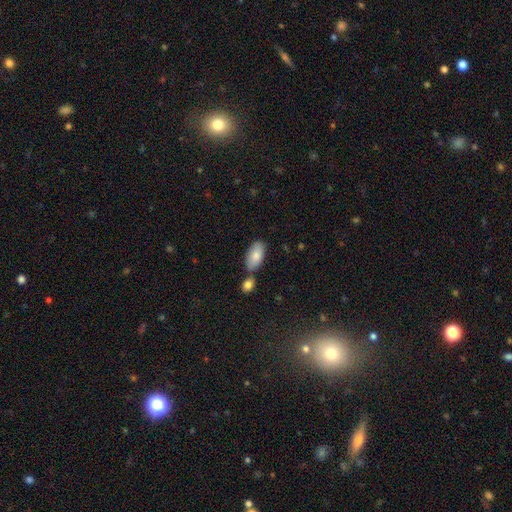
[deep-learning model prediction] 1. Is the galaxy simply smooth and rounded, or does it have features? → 84% smooth, 10% featured or disk, 6% star or artifact.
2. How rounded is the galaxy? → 94% in between, 3% cigar-shaped, 2% round.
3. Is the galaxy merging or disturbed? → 63% none, 20% merger, 14% minor disturbance, 3% major disturbance.